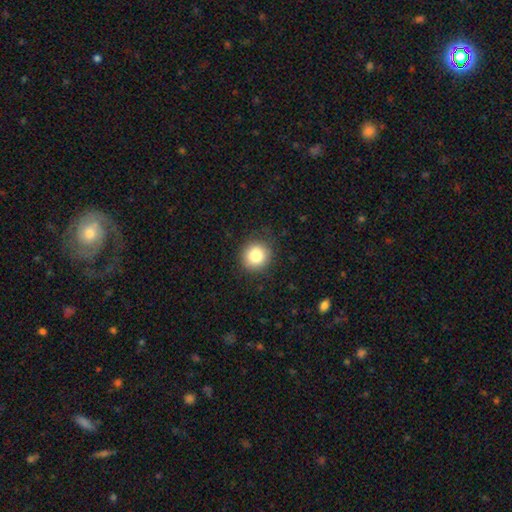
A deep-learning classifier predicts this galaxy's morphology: smooth-or-featured: smooth: 83% | star or artifact: 10% | featured or disk: 7%
  how-rounded: round: 90% | in between: 9% | cigar-shaped: 1%
  merging: none: 86% | minor disturbance: 10% | major disturbance: 3% | merger: 1%